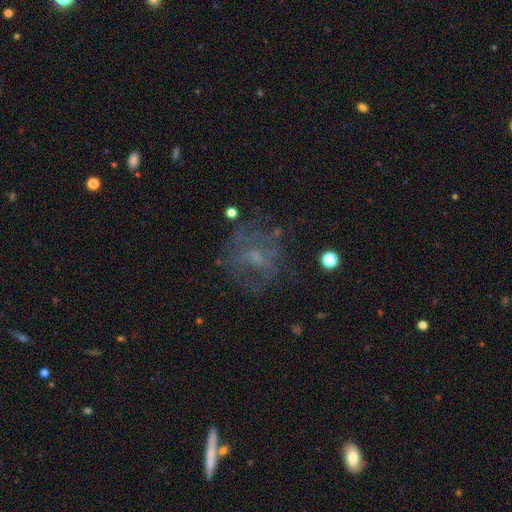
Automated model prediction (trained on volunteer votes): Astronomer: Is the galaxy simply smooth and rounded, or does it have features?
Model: featured or disk — 50% (runner-up: smooth, 30%).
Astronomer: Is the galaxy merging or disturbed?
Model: none — 59%.